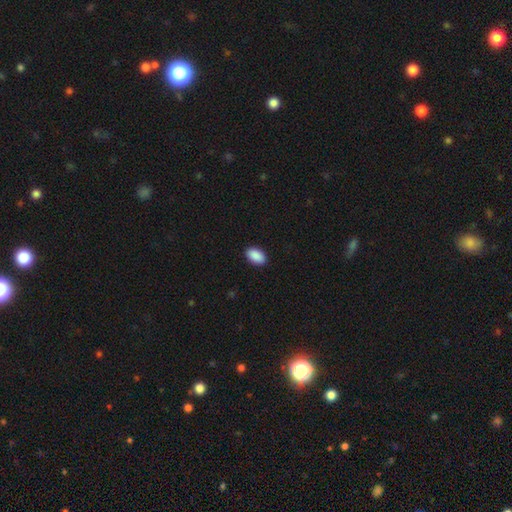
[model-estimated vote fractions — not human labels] smooth_or_featured: smooth (p=0.91) [alt: star or artifact p=0.06]
how_rounded: in between (p=0.93) [alt: round p=0.06]
merging: none (p=0.91) [alt: minor disturbance p=0.07]